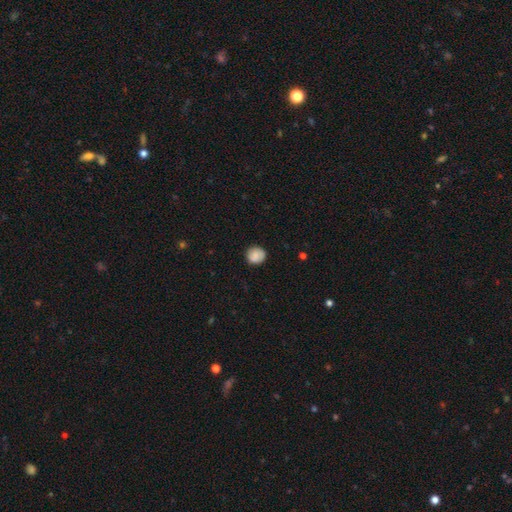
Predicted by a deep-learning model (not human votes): The model was most divided on "merging": none: 84%, minor disturbance: 12%, major disturbance: 3%, merger: 1%. More confident: how rounded — round (89%); smooth or featured — smooth (85%).